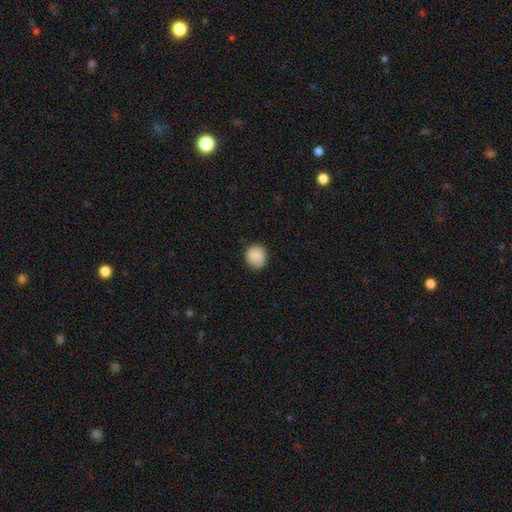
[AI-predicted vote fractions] Overall: smooth (83%). How rounded: round (85%). Merging: none (81%).